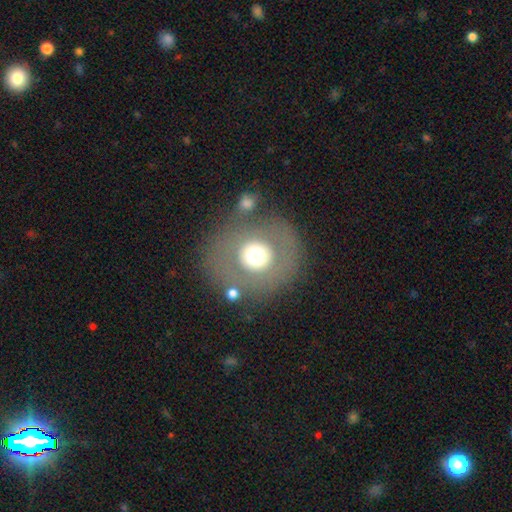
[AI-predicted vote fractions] This is possibly a smooth galaxy (59%). How rounded: clearly round (86%). Merging: likely none (72%).